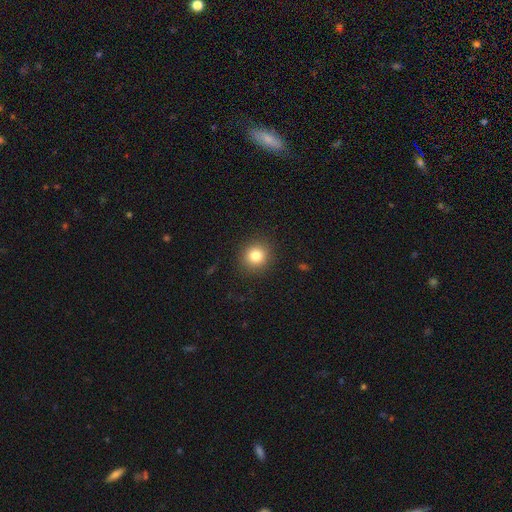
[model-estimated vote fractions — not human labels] Morphology: type=smooth (83%); roundness=round (90%); merging=none (90%).